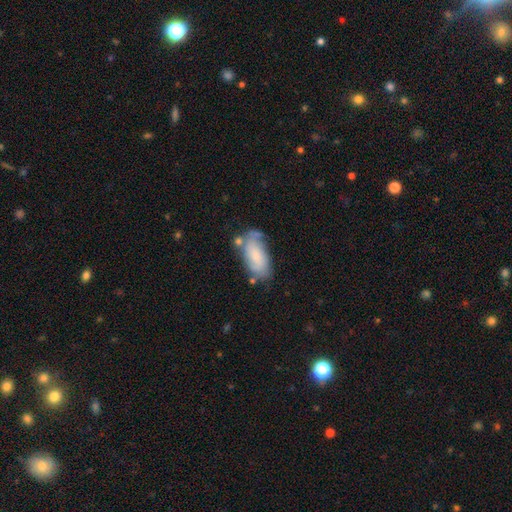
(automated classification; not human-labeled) A smooth galaxy with no disk features (55%) that is in between round and cigar-shaped (90%). Merging: none (53%).